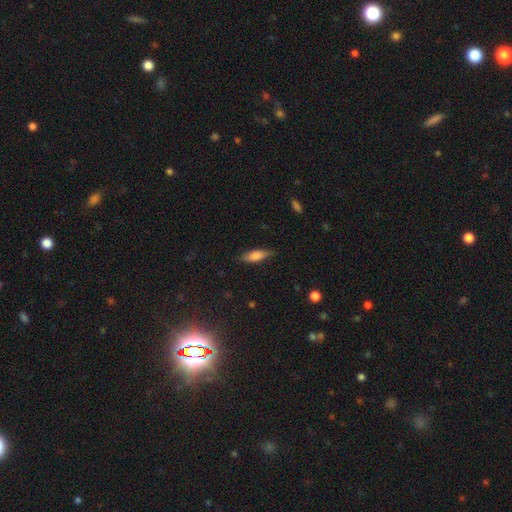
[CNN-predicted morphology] Q: Smooth or featured?
A: smooth (76%); runner-up: featured or disk (17%)
Q: How rounded?
A: in between (50%); runner-up: cigar-shaped (48%)
Q: Merging?
A: none (80%); runner-up: minor disturbance (15%)